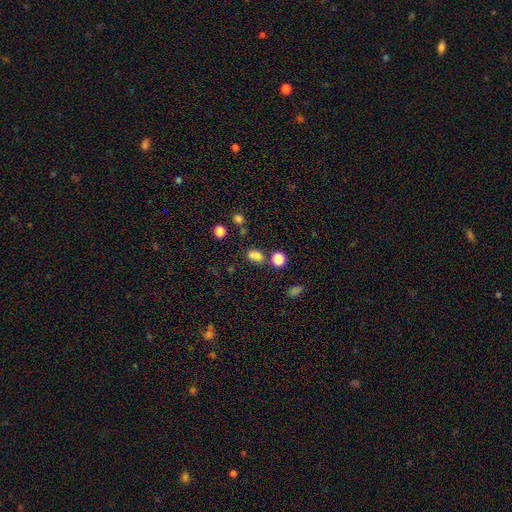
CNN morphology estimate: This is likely a smooth galaxy (75%). How rounded: likely in between (67%). Merging: possibly none (59%).